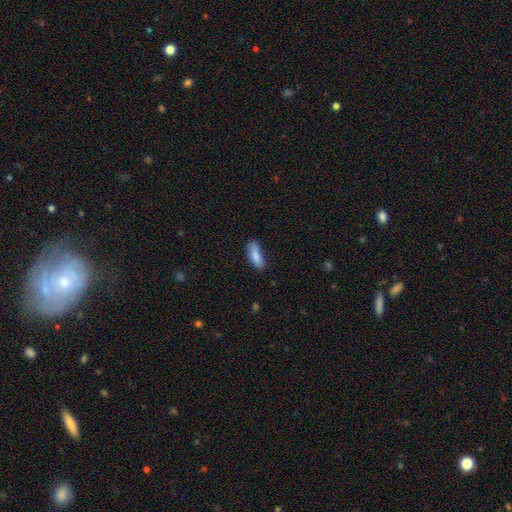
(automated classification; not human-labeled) smooth 85%, featured or disk 8%, star or artifact 7%. Down the decision tree: how rounded — in between (65%); merging — none (64%).